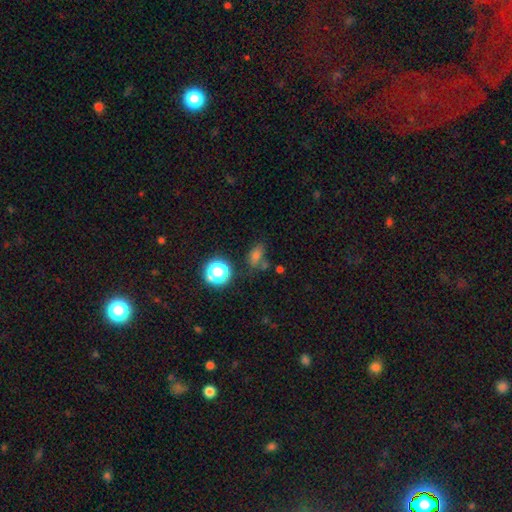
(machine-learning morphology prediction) Overall: smooth (69%). How rounded: in between (70%). Merging: none (62%).